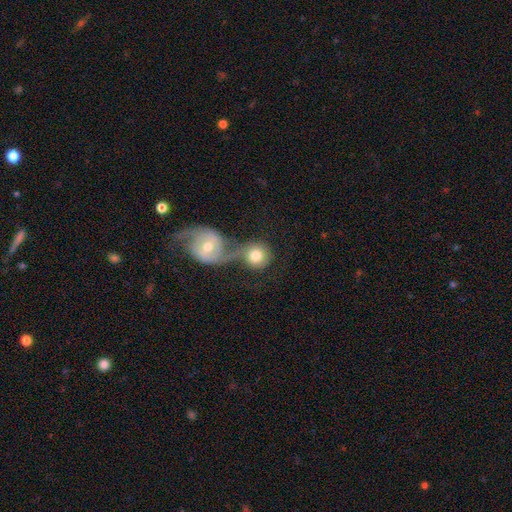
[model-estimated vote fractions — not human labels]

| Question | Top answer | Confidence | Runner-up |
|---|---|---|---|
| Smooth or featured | smooth | 70% | featured or disk (24%) |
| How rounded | round | 87% | in between (12%) |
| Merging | merger | 58% | none (26%) |